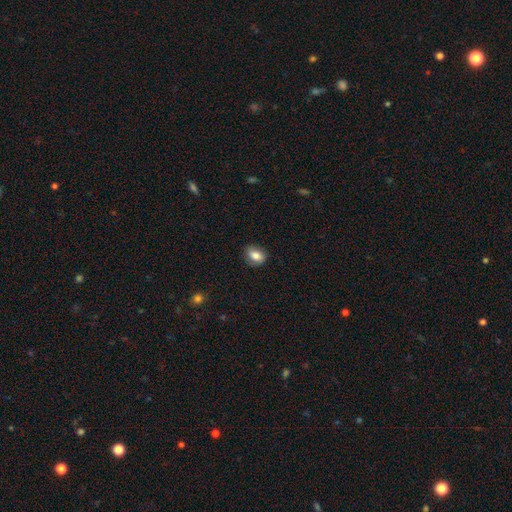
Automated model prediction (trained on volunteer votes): Q: Smooth or featured?
A: smooth (82%); runner-up: featured or disk (9%)
Q: How rounded?
A: in between (67%); runner-up: round (32%)
Q: Merging?
A: none (83%); runner-up: minor disturbance (14%)